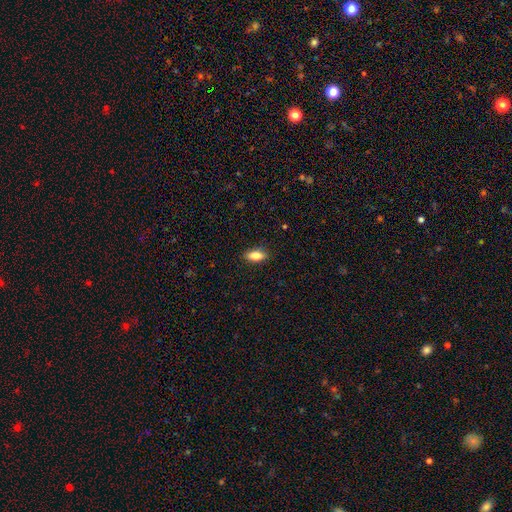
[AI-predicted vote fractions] This appears to be a smooth galaxy with no disk features (84%) that is in between round and cigar-shaped (84%). Merging: none (88%).